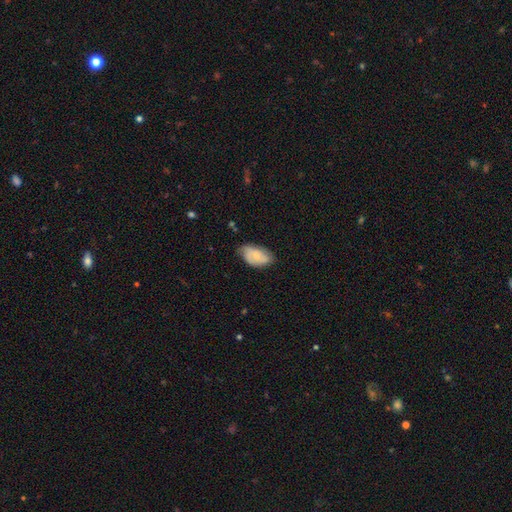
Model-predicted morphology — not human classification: Smooth or featured?
  - smooth: 66% *
  - featured or disk: 27%
  - star or artifact: 7%
How rounded?
  - in between: 94% *
  - round: 4%
  - cigar-shaped: 2%
Merging?
  - none: 59% *
  - minor disturbance: 34%
  - major disturbance: 6%
  - merger: 2%